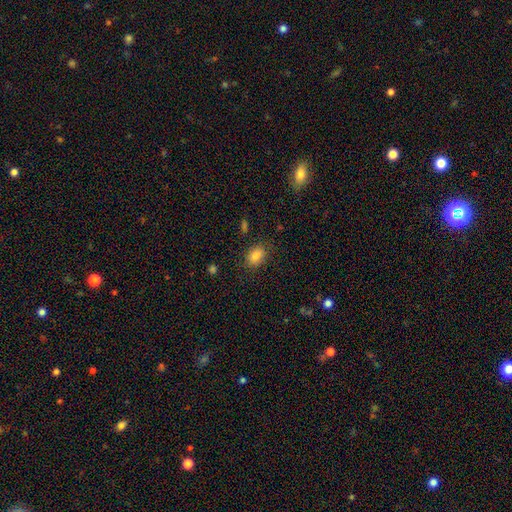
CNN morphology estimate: A smooth galaxy with no disk features (85%) that is in between round and cigar-shaped (79%).

Vote fractions:
- Smooth or featured? smooth: 85% / star or artifact: 9% / featured or disk: 6%
- How rounded? in between: 79% / round: 19% / cigar-shaped: 2%
- Merging? none: 84% / minor disturbance: 11% / major disturbance: 3% / merger: 1%